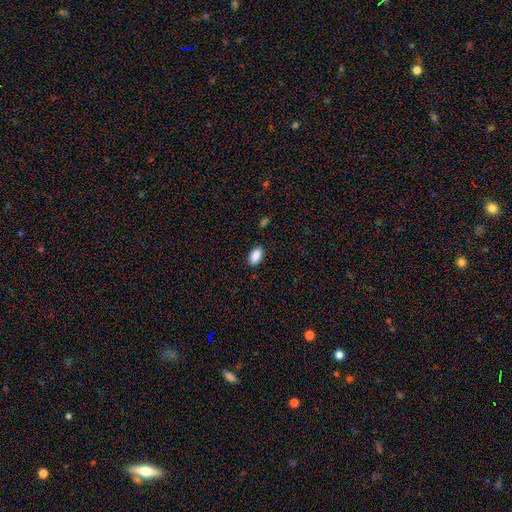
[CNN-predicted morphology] Smooth or featured?
  - smooth: 89% *
  - star or artifact: 7%
  - featured or disk: 4%
How rounded?
  - in between: 93% *
  - round: 4%
  - cigar-shaped: 3%
Merging?
  - none: 87% *
  - minor disturbance: 10%
  - major disturbance: 2%
  - merger: 1%